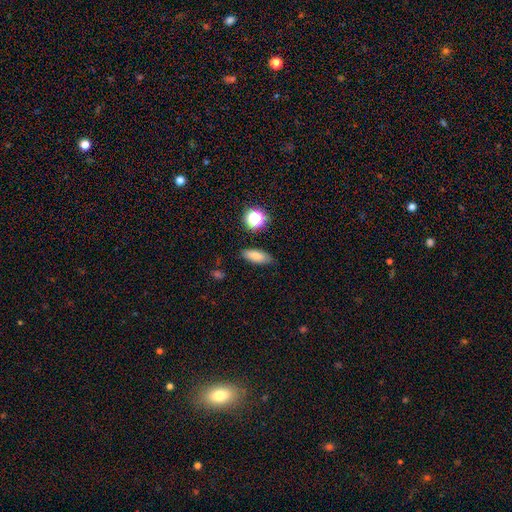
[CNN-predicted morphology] This is likely a smooth galaxy (79%). How rounded: likely in between (74%). Merging: clearly none (83%).